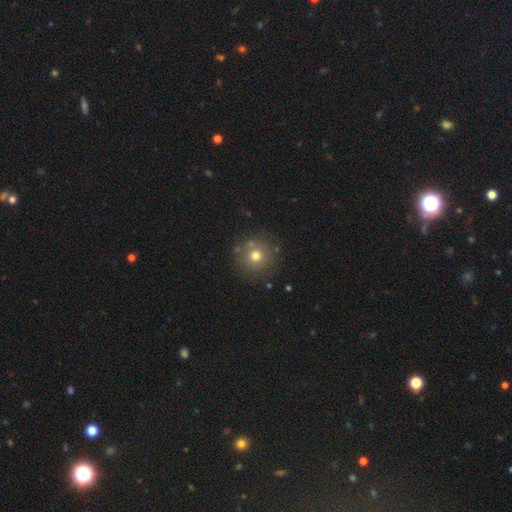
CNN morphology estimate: This is likely a smooth galaxy (71%). How rounded: clearly round (94%). Merging: clearly none (83%).